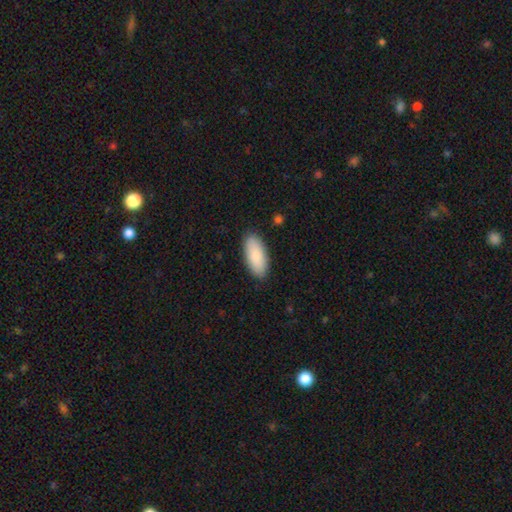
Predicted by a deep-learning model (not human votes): Q: Smooth or featured?
A: smooth (86%); runner-up: featured or disk (8%)
Q: How rounded?
A: in between (87%); runner-up: cigar-shaped (11%)
Q: Merging?
A: none (88%); runner-up: minor disturbance (9%)